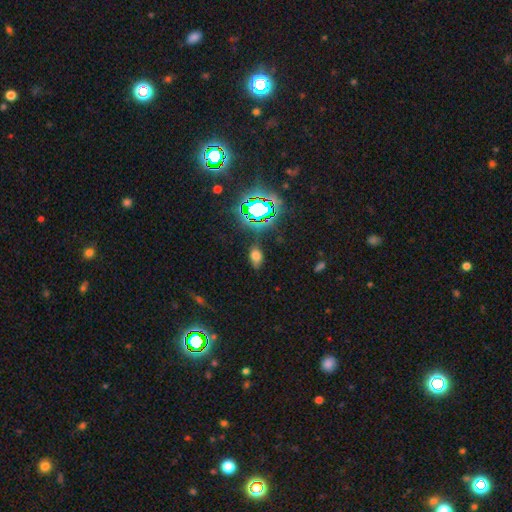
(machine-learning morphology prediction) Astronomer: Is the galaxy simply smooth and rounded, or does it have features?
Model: smooth — 61%.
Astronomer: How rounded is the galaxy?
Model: in between — 86%.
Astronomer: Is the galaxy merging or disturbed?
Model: none — 77%.